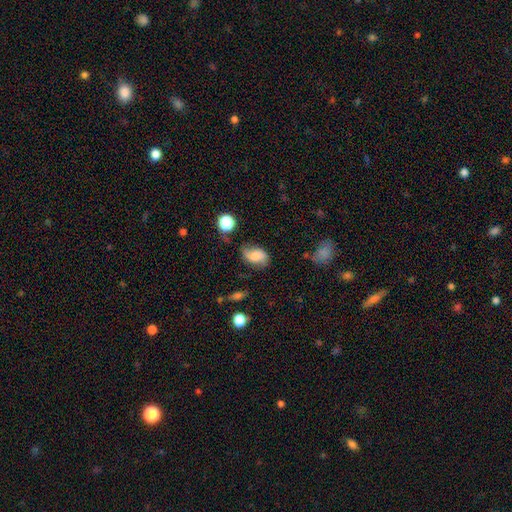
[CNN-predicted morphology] smooth_or_featured: smooth (p=0.51) [alt: featured or disk p=0.38]
how_rounded: in between (p=0.82) [alt: round p=0.16]
merging: none (p=0.54) [alt: minor disturbance p=0.30]